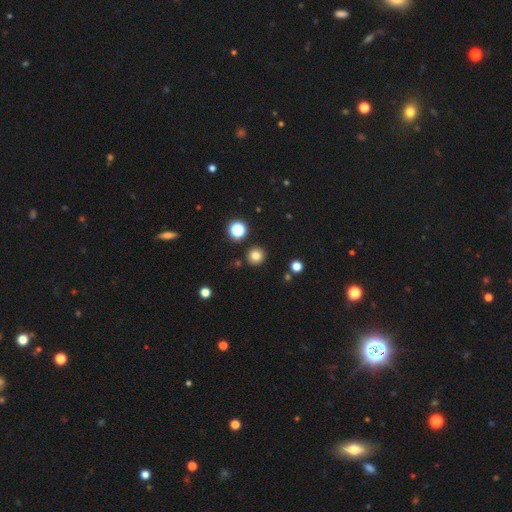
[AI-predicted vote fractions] A smooth galaxy with no disk features (79%) that is round (94%).

Vote fractions:
- Smooth or featured? smooth: 79% / star or artifact: 14% / featured or disk: 6%
- How rounded? round: 94% / in between: 5% / cigar-shaped: 1%
- Merging? none: 89% / minor disturbance: 6% / merger: 3% / major disturbance: 2%